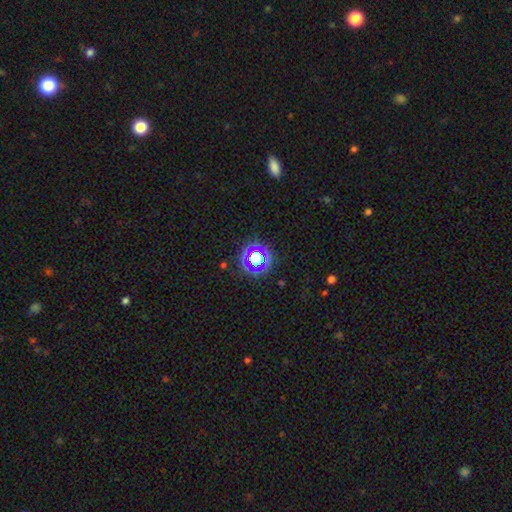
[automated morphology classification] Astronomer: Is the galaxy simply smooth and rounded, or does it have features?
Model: star or artifact — 56% (runner-up: smooth, 31%).